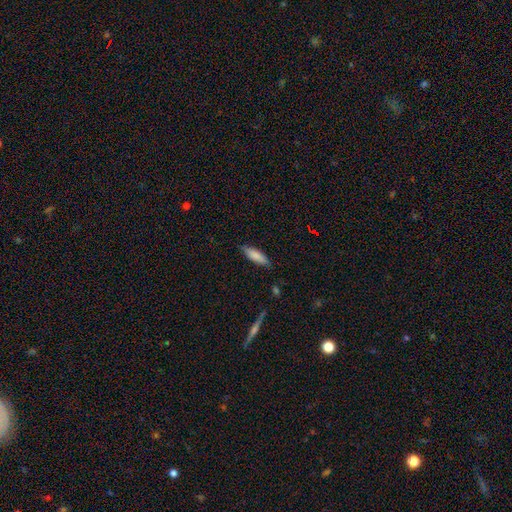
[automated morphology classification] smooth-or-featured: smooth: 81% | featured or disk: 13% | star or artifact: 6%
  how-rounded: in between: 50% | cigar-shaped: 49% | round: 2%
  merging: none: 82% | minor disturbance: 15% | major disturbance: 3% | merger: 1%